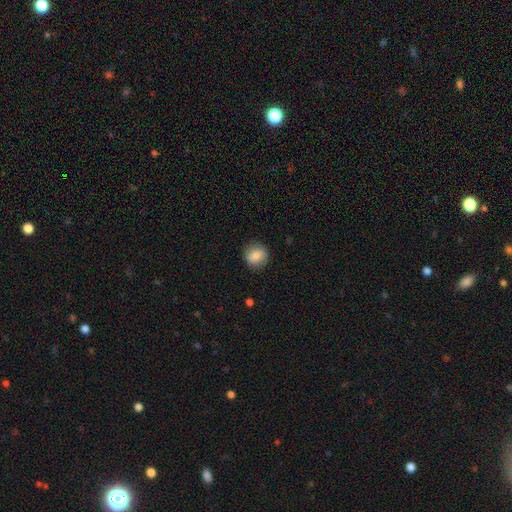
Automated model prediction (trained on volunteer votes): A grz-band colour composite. It shows a smooth galaxy with no disk features (82%) that is round (88%). Merging: none (87%).